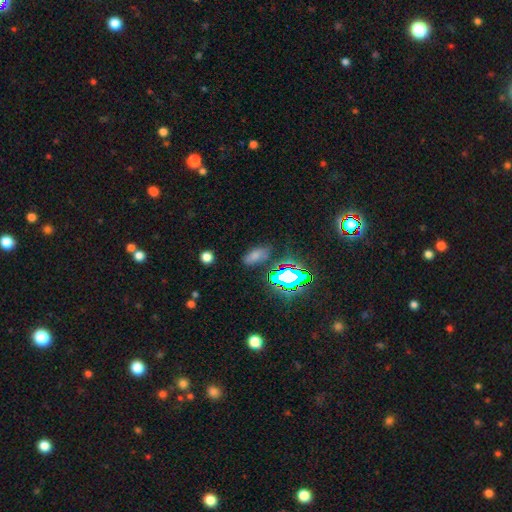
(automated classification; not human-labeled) Morphology: type=smooth (60%); roundness=in between (86%); merging=none (70%).